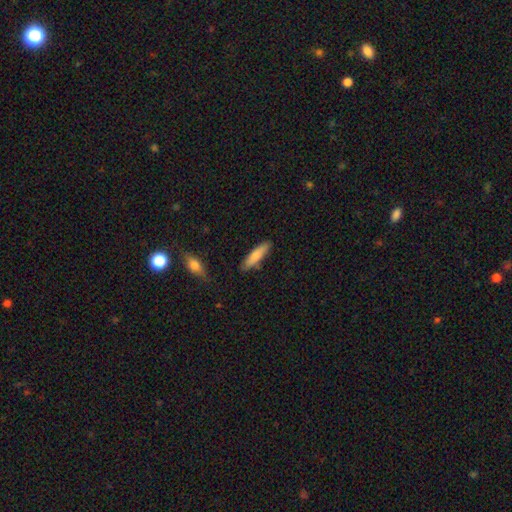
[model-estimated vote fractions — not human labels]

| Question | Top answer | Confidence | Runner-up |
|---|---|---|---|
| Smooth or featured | smooth | 79% | featured or disk (15%) |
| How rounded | cigar-shaped | 70% | in between (28%) |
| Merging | none | 84% | minor disturbance (11%) |